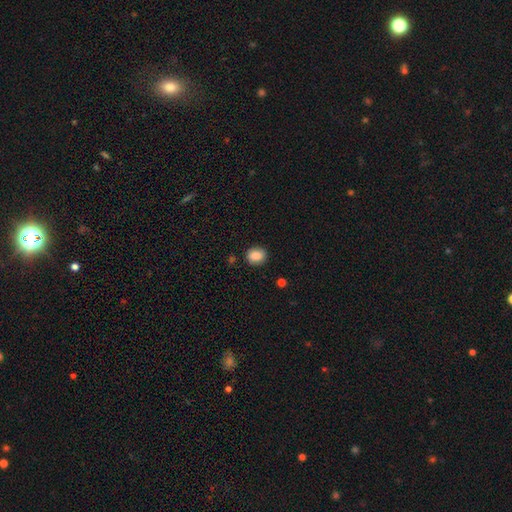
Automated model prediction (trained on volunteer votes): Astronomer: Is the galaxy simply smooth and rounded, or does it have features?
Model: smooth — 86%.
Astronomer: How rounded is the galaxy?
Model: round — 65%.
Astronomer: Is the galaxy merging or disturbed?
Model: none — 86%.